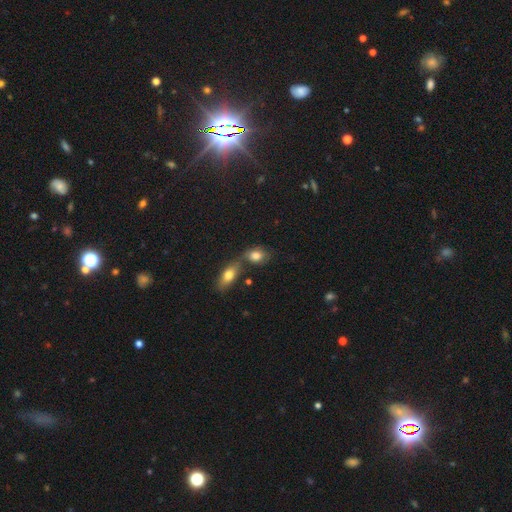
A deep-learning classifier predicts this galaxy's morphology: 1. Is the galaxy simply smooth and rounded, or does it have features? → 77% smooth, 14% featured or disk, 9% star or artifact.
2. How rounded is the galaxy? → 72% in between, 25% round, 3% cigar-shaped.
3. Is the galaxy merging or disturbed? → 43% merger, 38% none, 13% minor disturbance, 6% major disturbance.